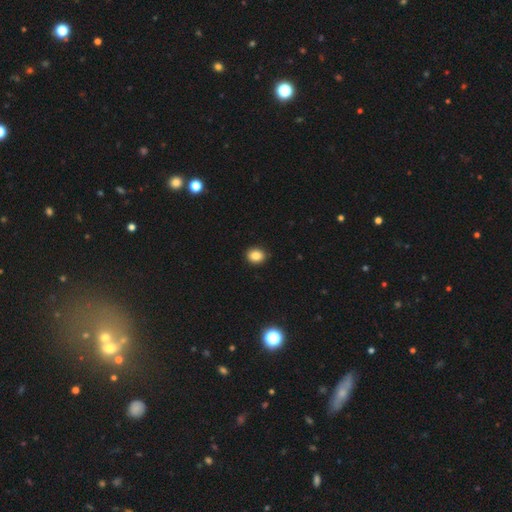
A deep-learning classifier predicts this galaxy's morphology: Smooth or featured? smooth (85%)
How rounded? round (64%)
Merging? none (90%)